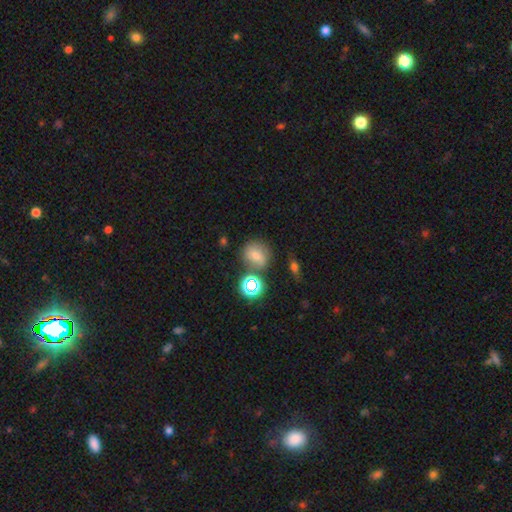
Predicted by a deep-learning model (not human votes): Smooth or featured?
  - smooth: 66% *
  - star or artifact: 20%
  - featured or disk: 14%
How rounded?
  - round: 78% *
  - in between: 21%
  - cigar-shaped: 1%
Merging?
  - none: 66% *
  - minor disturbance: 15%
  - merger: 13%
  - major disturbance: 6%